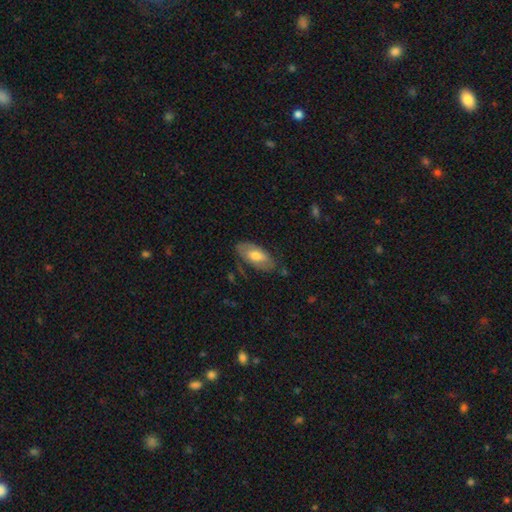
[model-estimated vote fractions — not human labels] A smooth galaxy with no disk features (61%) that is in between round and cigar-shaped (90%). Merging: none (71%).